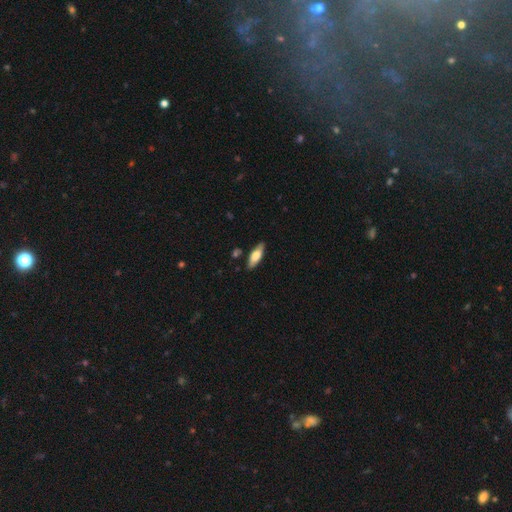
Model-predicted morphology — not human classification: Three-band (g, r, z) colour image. It shows a smooth galaxy with no disk features (66%) that is in between round and cigar-shaped (59%). Merging: none (83%).